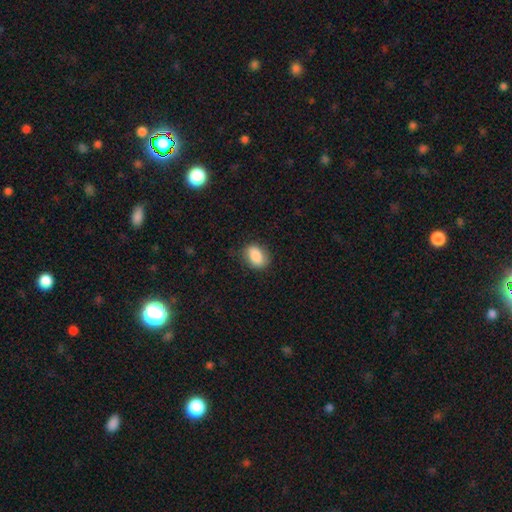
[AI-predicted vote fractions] Smooth or featured? smooth (85%)
How rounded? in between (80%)
Merging? none (76%)